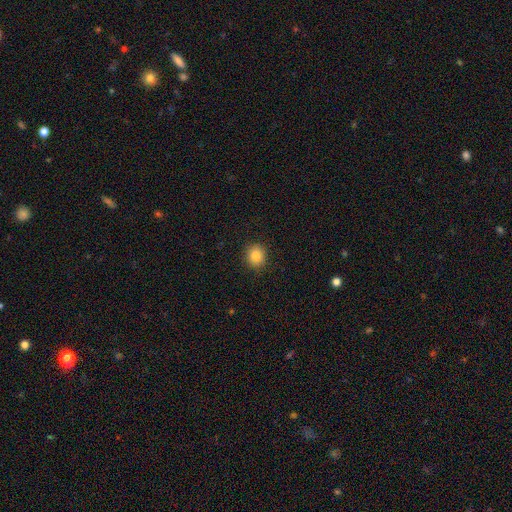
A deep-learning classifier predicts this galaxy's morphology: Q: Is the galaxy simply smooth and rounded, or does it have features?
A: smooth — 83%.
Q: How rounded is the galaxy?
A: round — 84%.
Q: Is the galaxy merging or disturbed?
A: none — 91%.